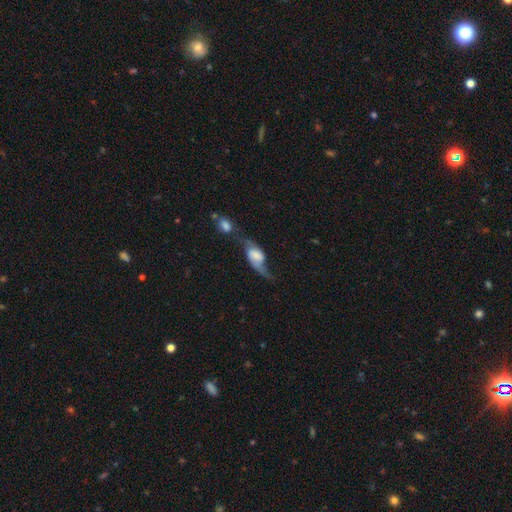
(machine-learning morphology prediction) featured or disk 67%, smooth 25%, star or artifact 7%. Down the decision tree: edge-on disk — no (92%); bar — no (40%, tied with weak); spiral arms — yes (88%); spiral arm count — 2 (82%); spiral winding — loose (81%); bulge size — large (29%); merging — merger (39%).